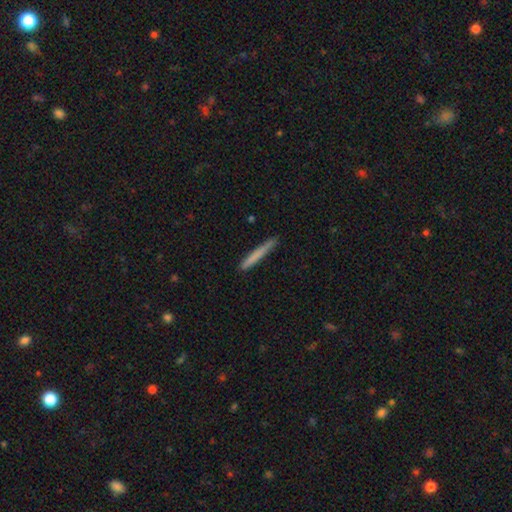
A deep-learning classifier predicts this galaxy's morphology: smooth_or_featured: smooth (p=0.72) [alt: featured or disk p=0.23]
how_rounded: cigar-shaped (p=0.97) [alt: in between p=0.02]
merging: none (p=0.88) [alt: minor disturbance p=0.09]